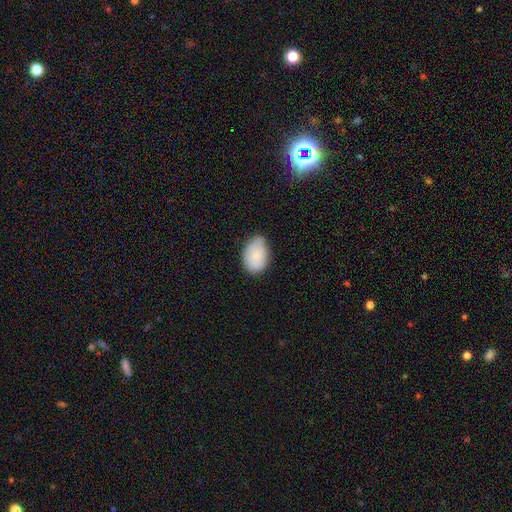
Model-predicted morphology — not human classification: Q: Smooth or featured?
A: smooth (82%); runner-up: featured or disk (11%)
Q: How rounded?
A: in between (88%); runner-up: round (11%)
Q: Merging?
A: none (59%); runner-up: minor disturbance (34%)